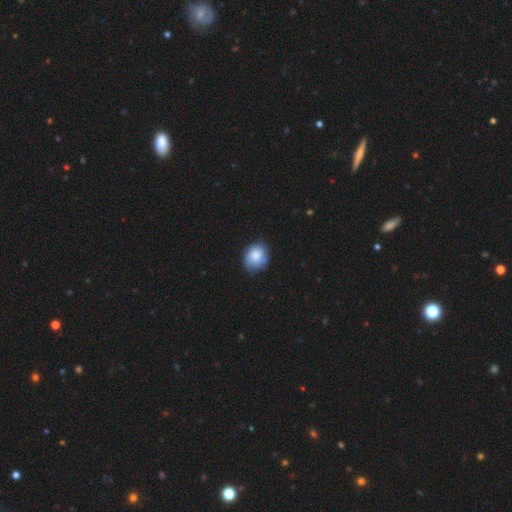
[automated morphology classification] smooth_or_featured: smooth (p=0.69) [alt: featured or disk p=0.23]
how_rounded: round (p=0.55) [alt: in between p=0.44]
merging: none (p=0.63) [alt: minor disturbance p=0.27]